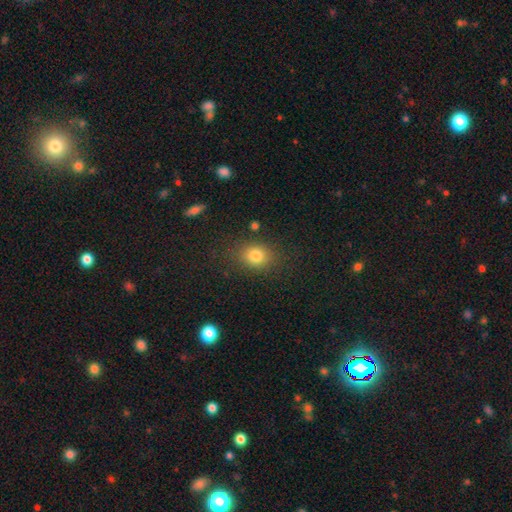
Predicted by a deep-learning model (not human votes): smooth-or-featured: smooth: 81% | star or artifact: 12% | featured or disk: 7%
  how-rounded: round: 55% | in between: 43% | cigar-shaped: 1%
  merging: none: 81% | minor disturbance: 12% | major disturbance: 5% | merger: 2%